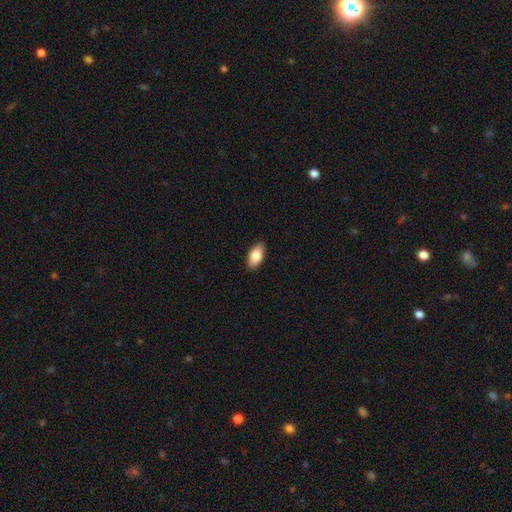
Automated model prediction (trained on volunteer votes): Q: Smooth or featured?
A: smooth (84%); runner-up: featured or disk (10%)
Q: How rounded?
A: in between (92%); runner-up: cigar-shaped (5%)
Q: Merging?
A: none (90%); runner-up: minor disturbance (8%)